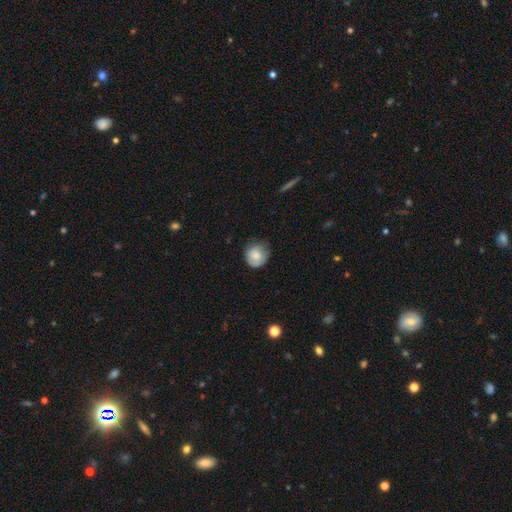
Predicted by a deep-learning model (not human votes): Q: Smooth or featured?
A: smooth (77%); runner-up: featured or disk (15%)
Q: How rounded?
A: round (86%); runner-up: in between (13%)
Q: Merging?
A: none (63%); runner-up: minor disturbance (29%)